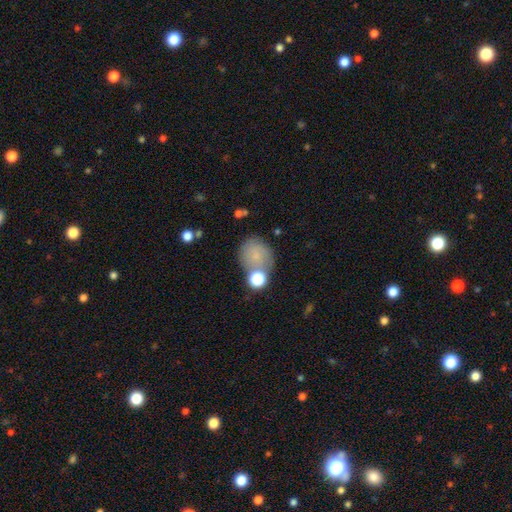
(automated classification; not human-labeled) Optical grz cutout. It shows a smooth galaxy with no disk features (76%) that is round (70%). Merging: none (55%).